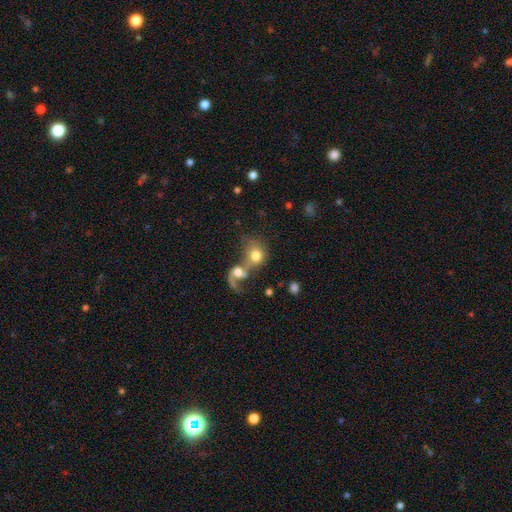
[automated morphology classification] This appears to be a smooth galaxy with no disk features (62%) that is round (65%). Merging: merger (72%).